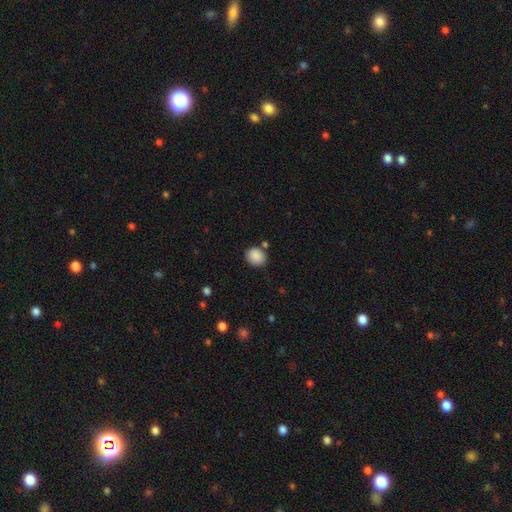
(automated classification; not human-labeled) The model was most divided on "how rounded": round: 66%, in between: 33%, cigar-shaped: 1%. More confident: smooth or featured — smooth (88%); merging — none (78%).